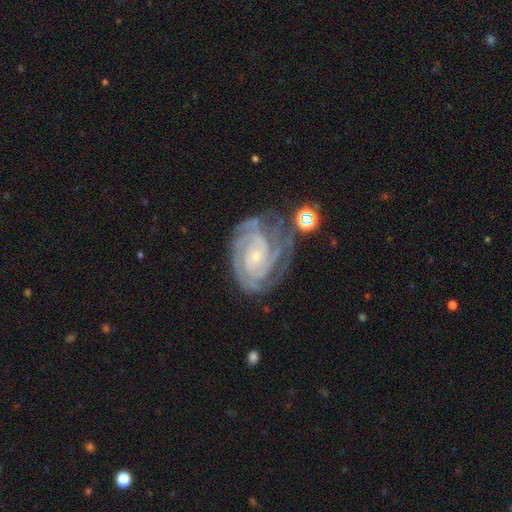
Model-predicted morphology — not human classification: Smooth or featured: featured or disk — 90% (star or artifact — 6%)
Edge-on disk: no — 97% (yes — 3%)
Bar: no — 71% (weak — 21%)
Spiral arms: yes — 98% (no — 2%)
Spiral winding: tight — 78% (medium — 20%)
Spiral arm count: 3 — 29% (2 — 25%)
Bulge size: small — 81% (moderate — 14%)
Merging: none — 66% (minor disturbance — 21%)